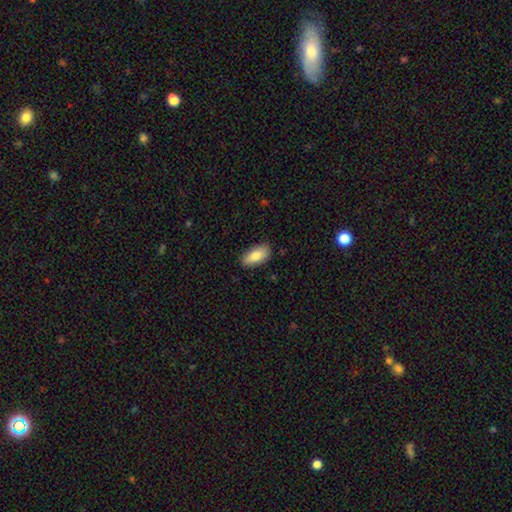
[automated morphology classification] A smooth galaxy with no disk features (81%) that is in between round and cigar-shaped (89%). Merging: none (86%).